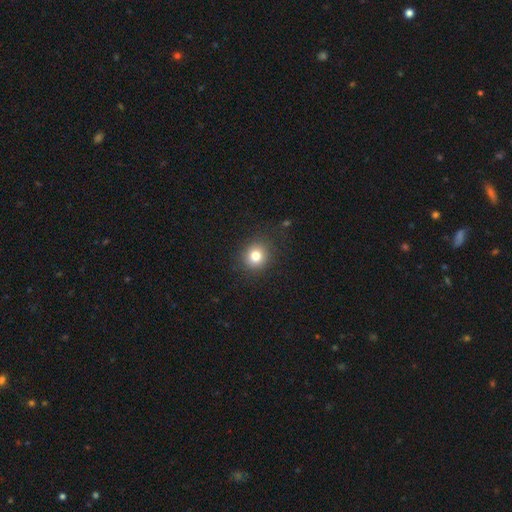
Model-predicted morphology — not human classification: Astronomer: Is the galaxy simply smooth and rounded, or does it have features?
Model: smooth — 80%.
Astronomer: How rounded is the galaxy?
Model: round — 88%.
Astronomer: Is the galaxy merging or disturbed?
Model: none — 88%.